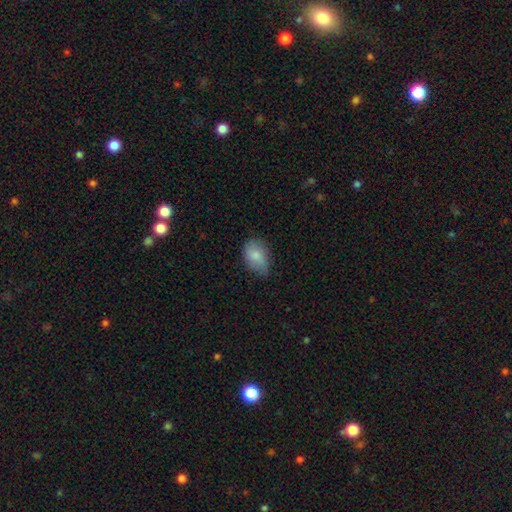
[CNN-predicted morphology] This is clearly a smooth galaxy (83%). How rounded: clearly in between (84%). Merging: likely none (68%).